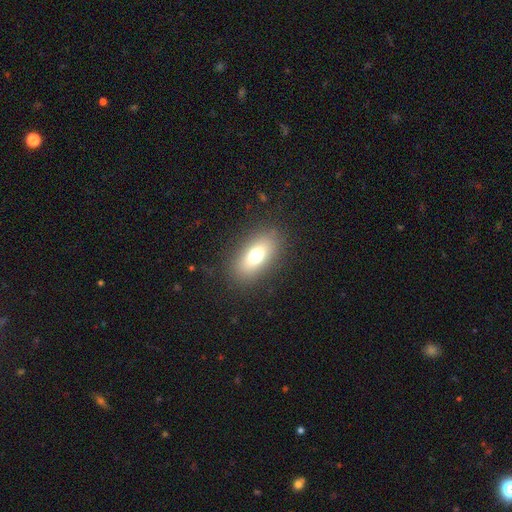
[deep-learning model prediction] smooth-or-featured: smooth: 71% | featured or disk: 17% | star or artifact: 11%
  how-rounded: in between: 84% | round: 9% | cigar-shaped: 7%
  merging: none: 85% | minor disturbance: 9% | major disturbance: 4% | merger: 1%